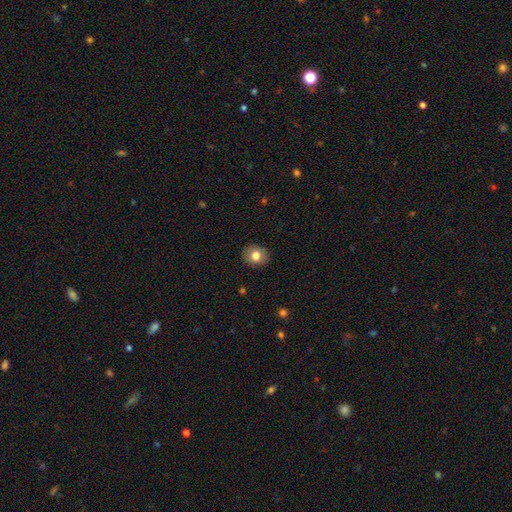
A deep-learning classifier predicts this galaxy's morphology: The model was most divided on "how rounded": round: 64%, in between: 35%, cigar-shaped: 1%. More confident: merging — none (89%); smooth or featured — smooth (79%).